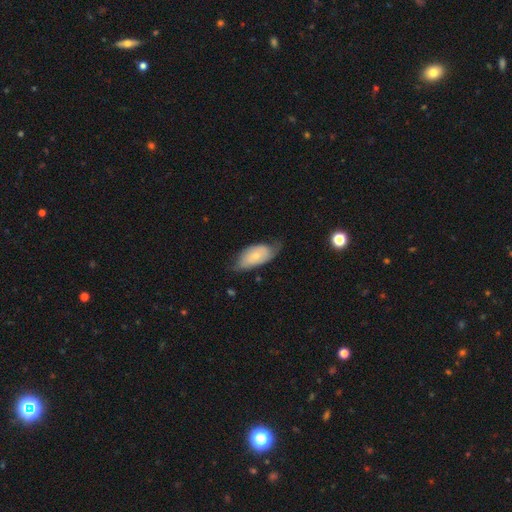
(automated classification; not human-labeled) A smooth galaxy with no disk features (60%) that is in between round and cigar-shaped (92%). Merging: none (51%).